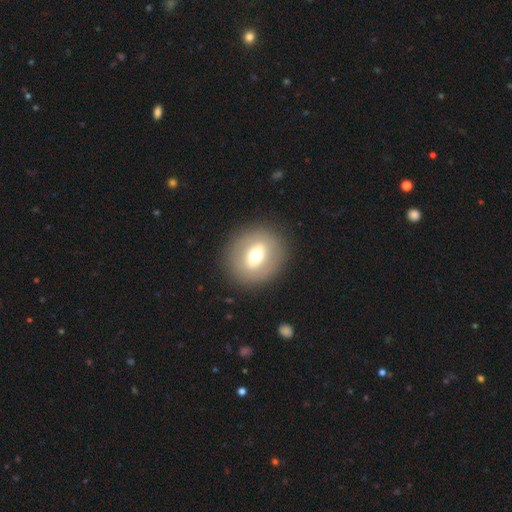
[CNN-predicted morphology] The model was most divided on "smooth or featured": smooth: 51%, featured or disk: 40%, star or artifact: 9%. More confident: merging — none (87%); how rounded — round (77%).